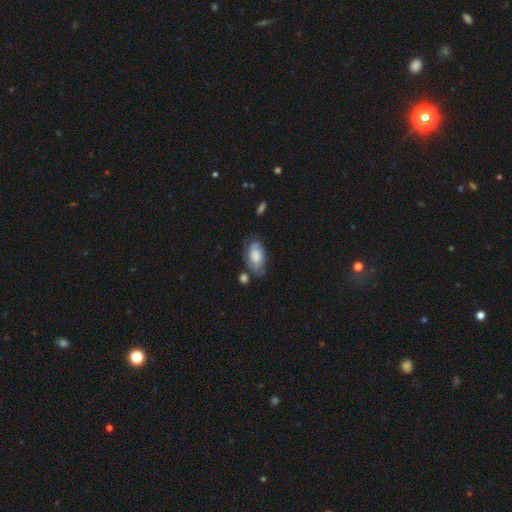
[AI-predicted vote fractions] Smooth or featured? Predicted: smooth (p=0.56). How rounded? Predicted: in between (p=0.92). Merging? Predicted: none (p=0.53).